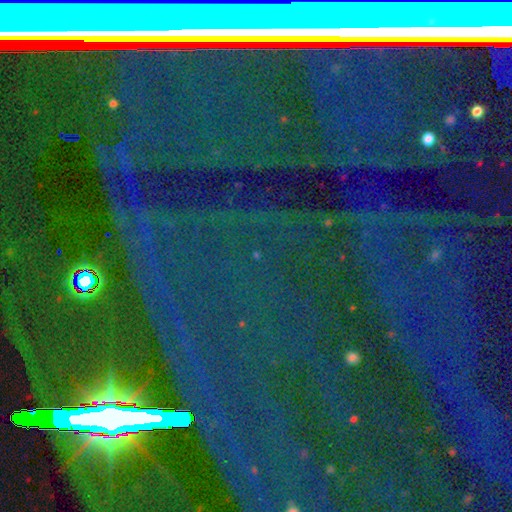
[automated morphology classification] This appears to be a star or artifact, not a galaxy (89%).